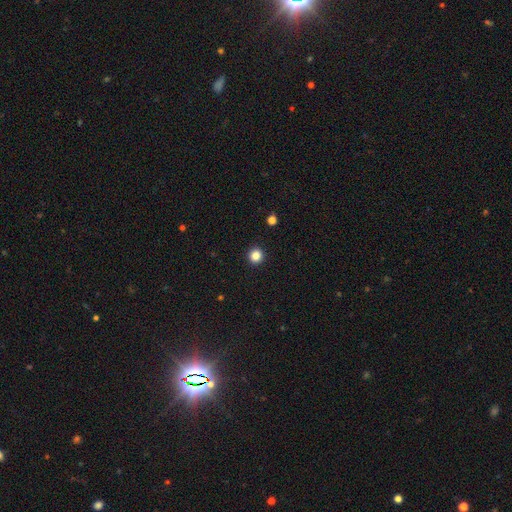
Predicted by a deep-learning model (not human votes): This appears to be a smooth galaxy with no disk features (85%) that is round (94%). Merging: none (93%).